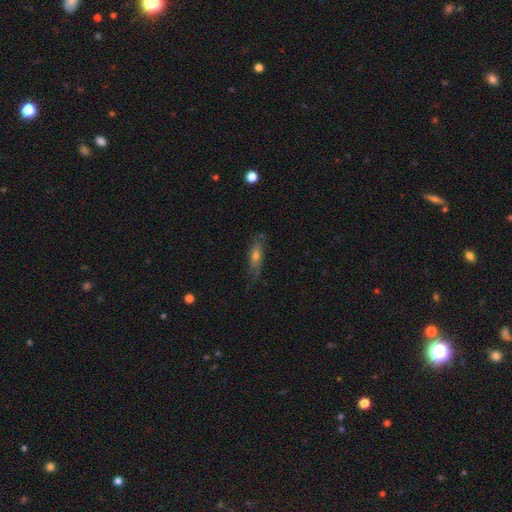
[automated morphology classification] This is possibly a featured or disk galaxy (51%). It is possibly not viewed edge-on (52%). Merging: likely none (69%).